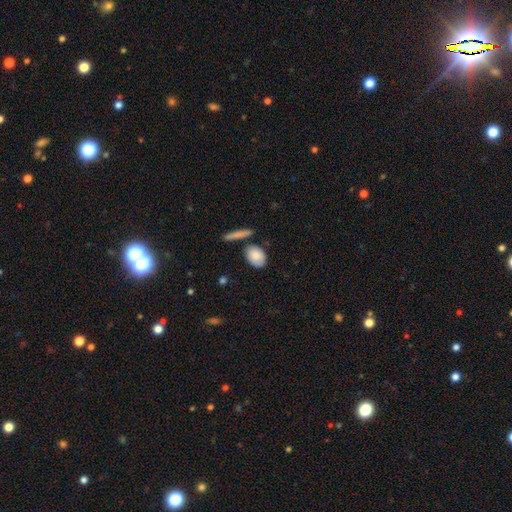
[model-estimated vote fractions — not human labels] The model was most divided on "merging": none: 73%, minor disturbance: 16%, merger: 8%, major disturbance: 4%. More confident: smooth or featured — smooth (82%); how rounded — in between (77%).